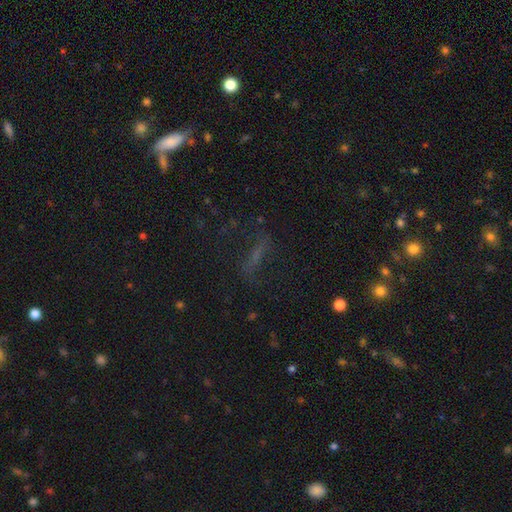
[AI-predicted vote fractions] smooth_or_featured: star or artifact (p=0.34) [alt: smooth p=0.33]